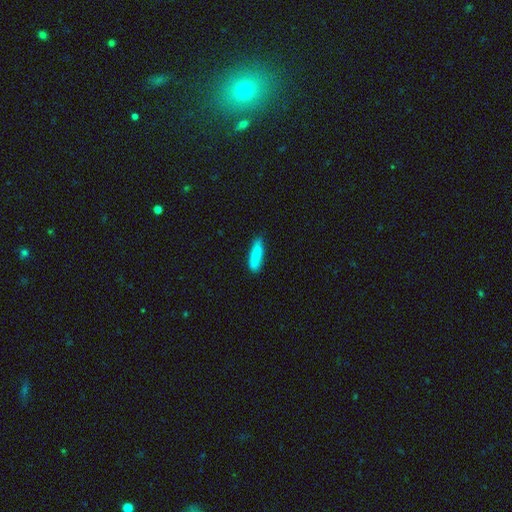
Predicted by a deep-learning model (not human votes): smooth 73%, featured or disk 21%, star or artifact 6%. Down the decision tree: how rounded — cigar-shaped (56%); merging — none (80%).